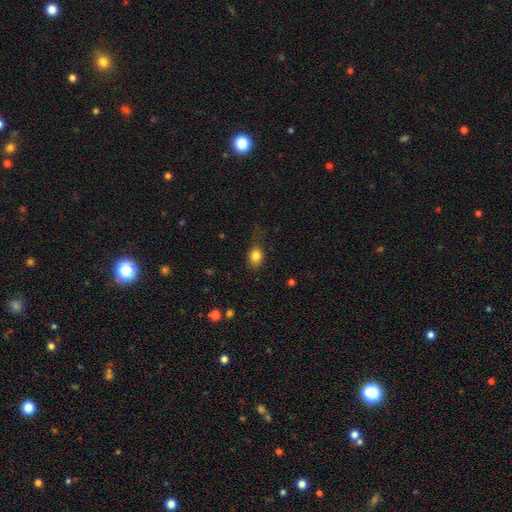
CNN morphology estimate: smooth_or_featured: smooth (p=0.82) [alt: star or artifact p=0.09]
how_rounded: in between (p=0.67) [alt: round p=0.31]
merging: none (p=0.58) [alt: minor disturbance p=0.27]